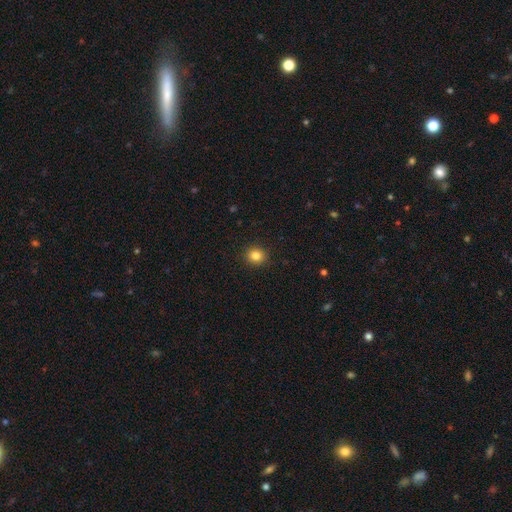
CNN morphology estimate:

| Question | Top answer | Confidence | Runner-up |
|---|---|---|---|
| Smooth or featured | smooth | 84% | star or artifact (11%) |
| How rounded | round | 86% | in between (13%) |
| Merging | none | 92% | minor disturbance (5%) |